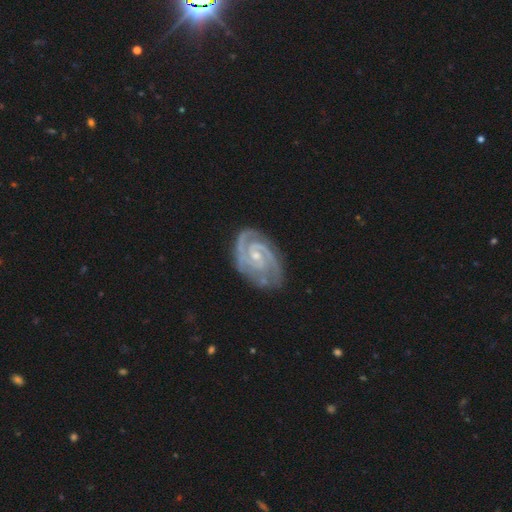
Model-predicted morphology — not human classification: Overall: featured or disk (92%). Edge-on disk: no (98%). Bar: no (48%; weak 40%). Spiral arms: yes (98%). Spiral arm count: 2 (71%). Spiral winding: tight (65%; medium 31%). Bulge size: small (64%; moderate 31%). Merging: none (75%).